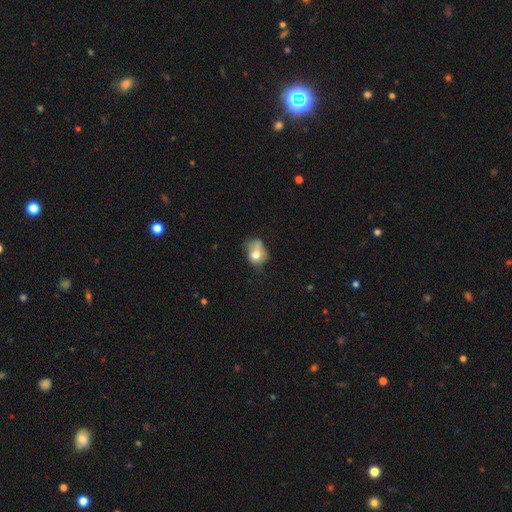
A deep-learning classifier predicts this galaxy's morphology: smooth_or_featured: smooth (p=0.72) [alt: featured or disk p=0.18]
how_rounded: in between (p=0.56) [alt: round p=0.43]
merging: minor disturbance (p=0.35) [alt: none p=0.30]